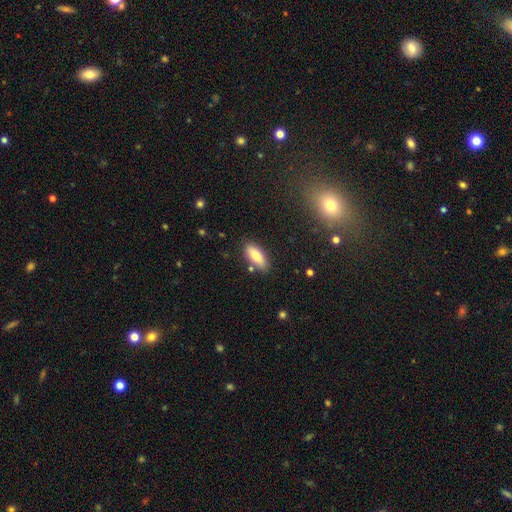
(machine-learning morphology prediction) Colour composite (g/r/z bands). It shows a smooth galaxy with no disk features (77%) that is in between round and cigar-shaped (77%). Merging: none (83%).